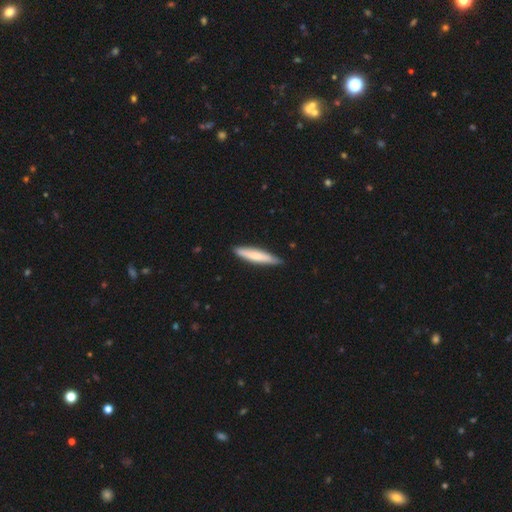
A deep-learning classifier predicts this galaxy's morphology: A smooth galaxy with no disk features (72%) that is cigar-shaped (89%).

Vote fractions:
- Smooth or featured? smooth: 72% / featured or disk: 23% / star or artifact: 5%
- How rounded? cigar-shaped: 89% / in between: 10% / round: 1%
- Merging? none: 84% / minor disturbance: 13% / major disturbance: 2% / merger: 1%